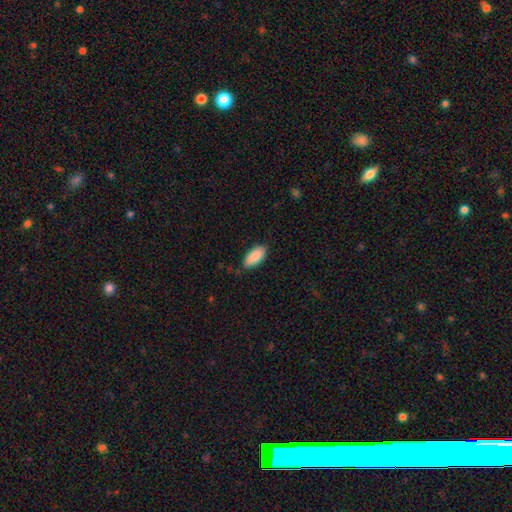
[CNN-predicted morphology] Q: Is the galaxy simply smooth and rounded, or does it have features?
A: smooth — 88%.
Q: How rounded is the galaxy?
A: in between — 89%.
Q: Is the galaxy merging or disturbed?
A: none — 80%.